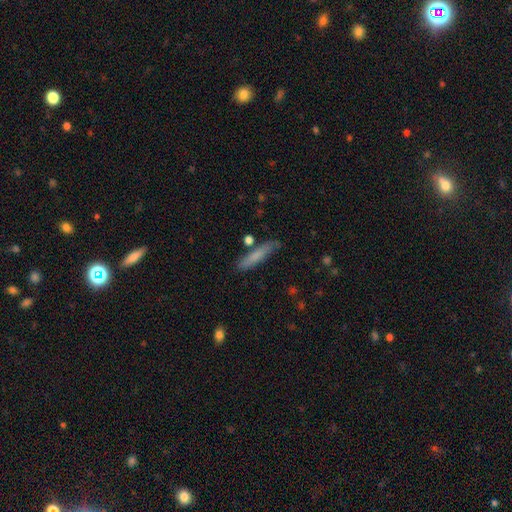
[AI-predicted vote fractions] A smooth galaxy with no disk features (73%) that is cigar-shaped (88%). Merging: none (78%).